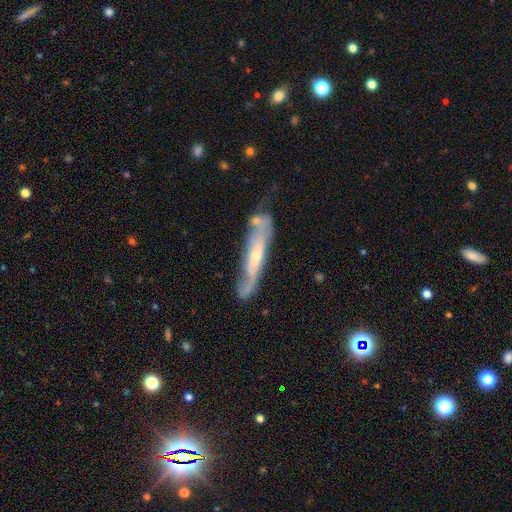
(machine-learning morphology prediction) smooth-or-featured: featured or disk: 68% | smooth: 26% | star or artifact: 7%
  disk-edge-on: yes: 54% | no: 46%
  merging: none: 53% | minor disturbance: 27% | major disturbance: 11% | merger: 9%